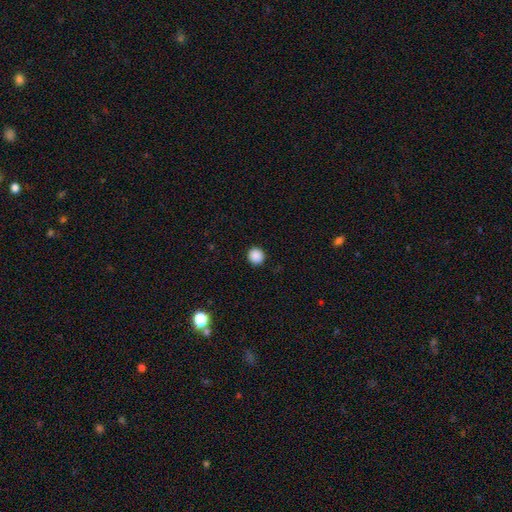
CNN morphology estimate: A smooth galaxy with no disk features (88%) that is round (92%). Merging: none (93%).